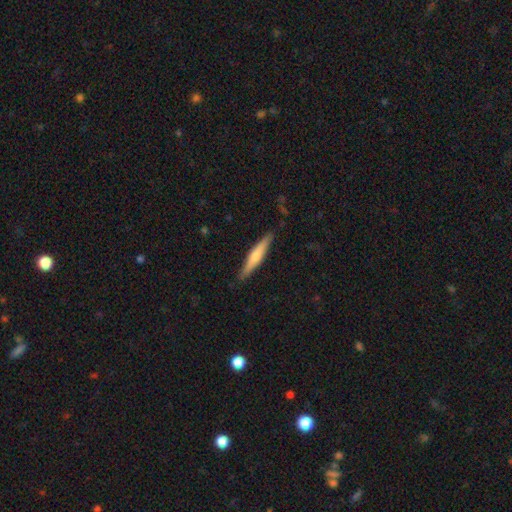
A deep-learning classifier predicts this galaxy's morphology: Smooth or featured?
  - smooth: 50% *
  - featured or disk: 44%
  - star or artifact: 6%
Merging?
  - none: 88% *
  - minor disturbance: 9%
  - major disturbance: 2%
  - merger: 1%